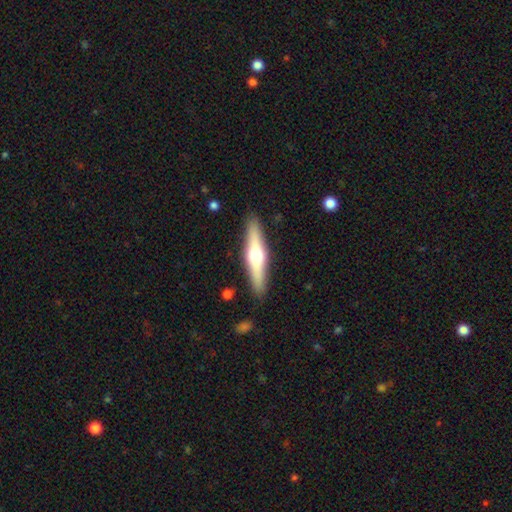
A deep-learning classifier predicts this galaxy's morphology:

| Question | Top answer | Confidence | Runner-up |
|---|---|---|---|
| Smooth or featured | featured or disk | 57% | smooth (37%) |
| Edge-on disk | yes | 94% | no (6%) |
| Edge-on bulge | rounded | 94% | none (3%) |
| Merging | none | 90% | minor disturbance (7%) |